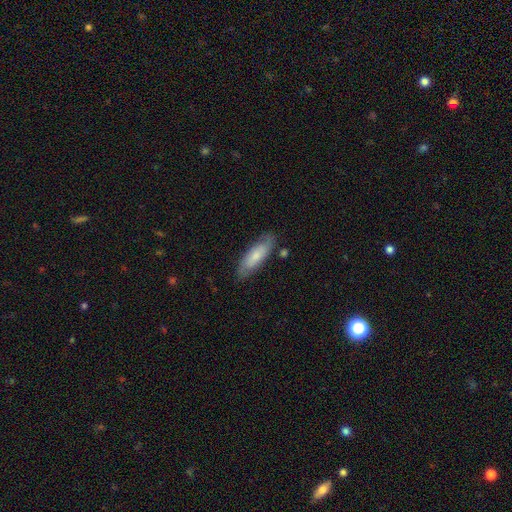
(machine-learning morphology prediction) Q: Smooth or featured?
A: smooth (66%); runner-up: featured or disk (29%)
Q: How rounded?
A: in between (57%); runner-up: cigar-shaped (42%)
Q: Merging?
A: none (79%); runner-up: minor disturbance (16%)